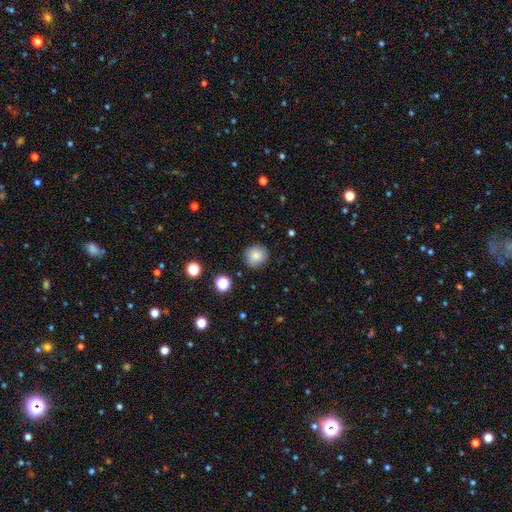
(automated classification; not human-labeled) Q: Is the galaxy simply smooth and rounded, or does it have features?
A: smooth — 82%.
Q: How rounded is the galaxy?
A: round — 90%.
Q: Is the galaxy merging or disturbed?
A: none — 84%.